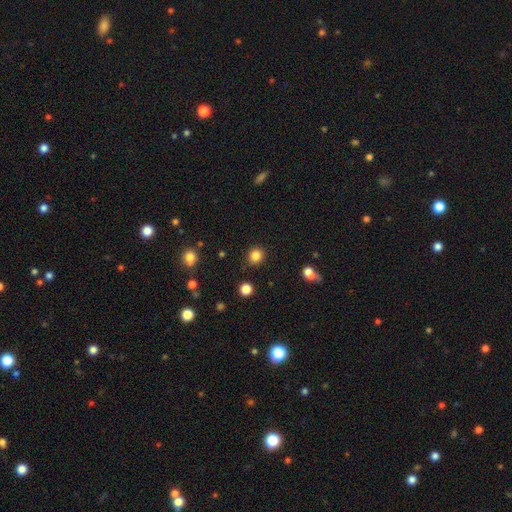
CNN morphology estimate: This appears to be a smooth galaxy with no disk features (84%) that is round (85%). Merging: none (87%).